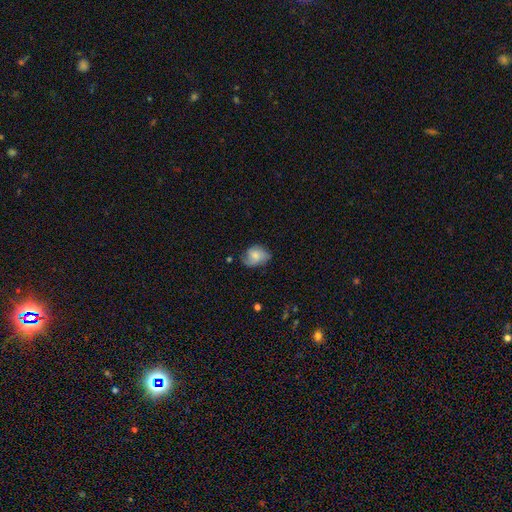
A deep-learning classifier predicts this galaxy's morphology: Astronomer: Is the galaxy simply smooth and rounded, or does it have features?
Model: smooth — 57% (runner-up: featured or disk, 35%).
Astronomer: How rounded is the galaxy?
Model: in between — 67%.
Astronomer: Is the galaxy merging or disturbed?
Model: none — 53% (runner-up: minor disturbance, 32%).